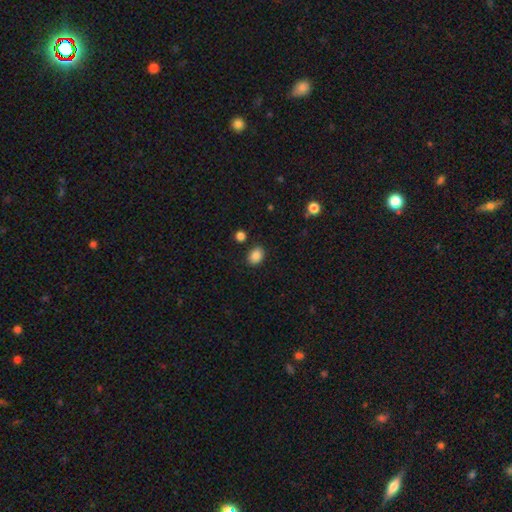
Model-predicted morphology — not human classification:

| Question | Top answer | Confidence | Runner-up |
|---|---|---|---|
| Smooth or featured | smooth | 87% | star or artifact (10%) |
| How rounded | in between | 60% | round (39%) |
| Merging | none | 85% | minor disturbance (9%) |